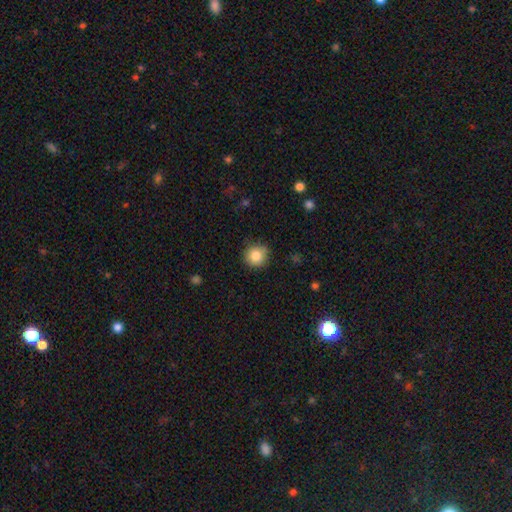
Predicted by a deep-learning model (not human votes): This appears to be a smooth galaxy with no disk features (85%) that is round (92%). Merging: none (86%).